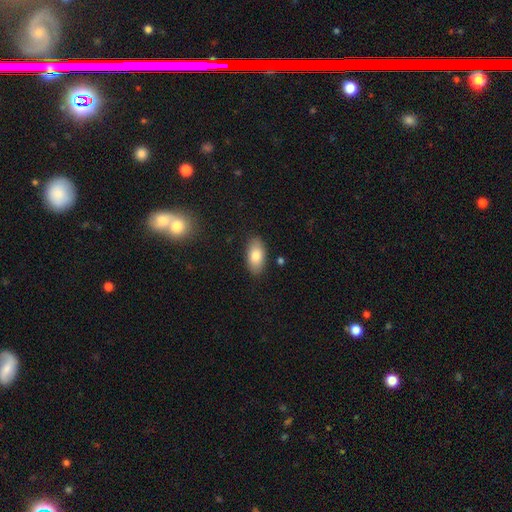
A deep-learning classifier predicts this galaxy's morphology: This appears to be a smooth galaxy with no disk features (82%) that is in between round and cigar-shaped (94%). Merging: none (86%).